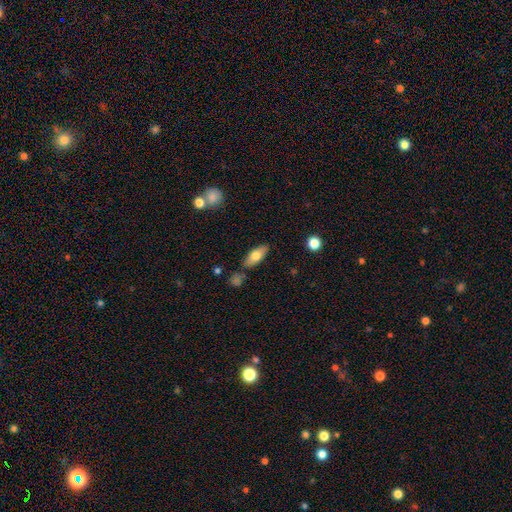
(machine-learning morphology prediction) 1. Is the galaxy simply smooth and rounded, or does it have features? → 68% smooth, 25% featured or disk, 7% star or artifact.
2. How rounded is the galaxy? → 76% in between, 21% cigar-shaped, 3% round.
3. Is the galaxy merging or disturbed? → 78% none, 14% minor disturbance, 5% merger, 3% major disturbance.